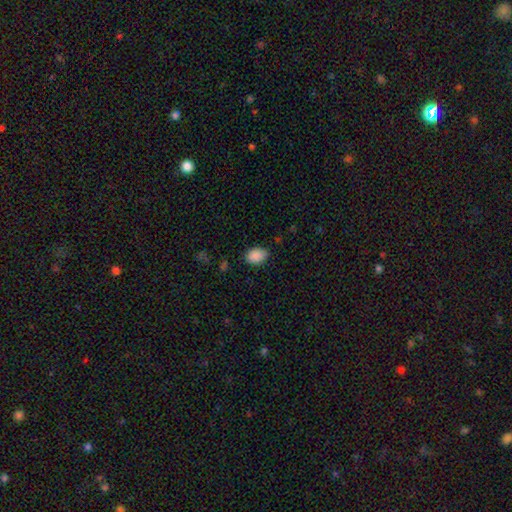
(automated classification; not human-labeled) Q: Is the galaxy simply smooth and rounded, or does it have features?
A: smooth — 89%.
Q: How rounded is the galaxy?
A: in between — 81%.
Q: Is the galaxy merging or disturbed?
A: none — 81%.